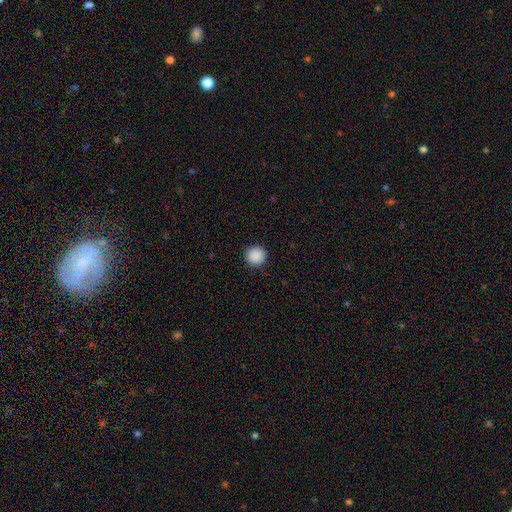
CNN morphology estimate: The model was most divided on "smooth or featured": smooth: 89%, star or artifact: 9%, featured or disk: 2%. More confident: how rounded — round (95%); merging — none (93%).